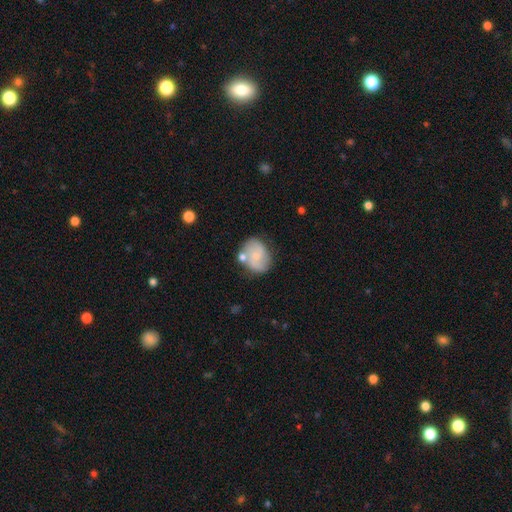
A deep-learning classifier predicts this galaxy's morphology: Overall: featured or disk (48%; smooth 44%). Merging: none (56%; minor disturbance 21%).